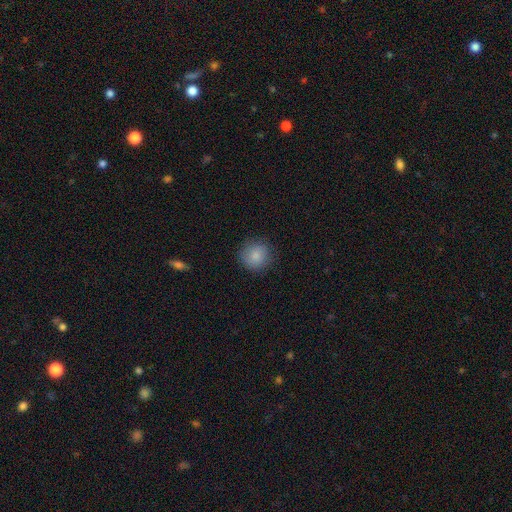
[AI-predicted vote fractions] A smooth galaxy with no disk features (85%) that is round (91%).

Vote fractions:
- Smooth or featured? smooth: 85% / star or artifact: 9% / featured or disk: 6%
- How rounded? round: 91% / in between: 8% / cigar-shaped: 1%
- Merging? none: 86% / minor disturbance: 10% / major disturbance: 3% / merger: 1%